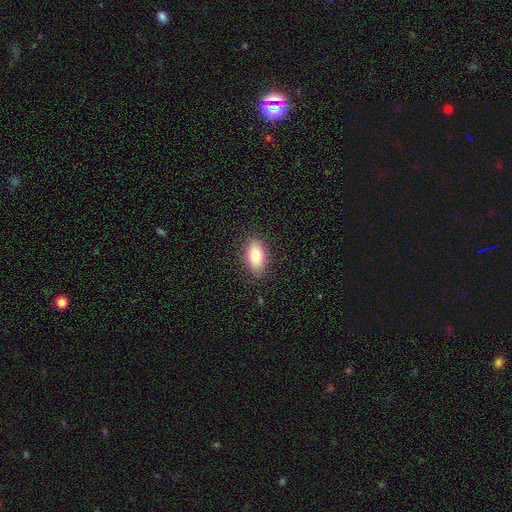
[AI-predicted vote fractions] Overall: smooth (80%). How rounded: in between (89%). Merging: none (87%).